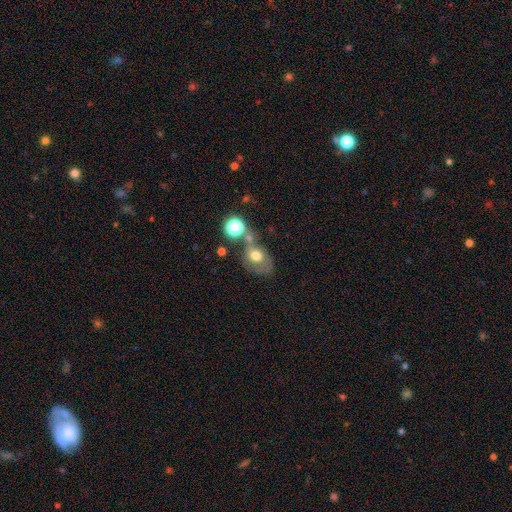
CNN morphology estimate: Smooth or featured: smooth — 62% (featured or disk — 24%)
How rounded: in between — 54% (round — 45%)
Merging: none — 35% (merger — 29%)